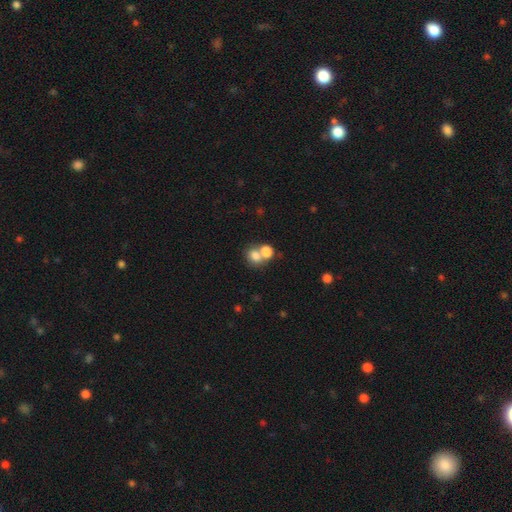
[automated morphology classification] smooth-or-featured: smooth: 77% | featured or disk: 12% | star or artifact: 11%
  how-rounded: round: 59% | in between: 40% | cigar-shaped: 1%
  merging: merger: 58% | none: 32% | minor disturbance: 6% | major disturbance: 4%